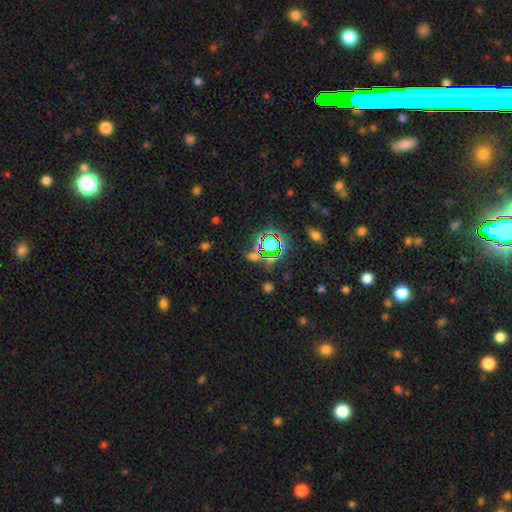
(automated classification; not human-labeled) Smooth or featured? Predicted: star or artifact (p=0.72).